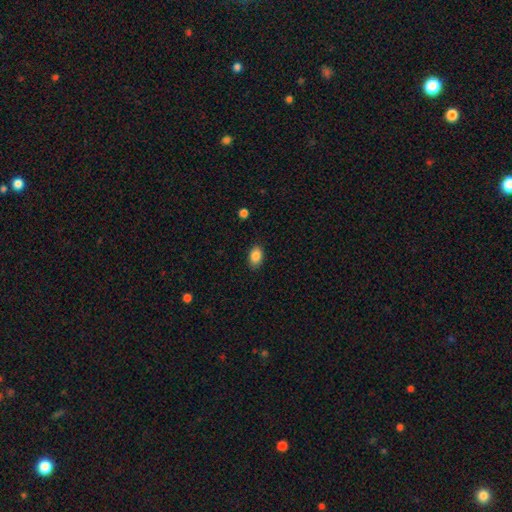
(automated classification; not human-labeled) Overall: smooth (87%). How rounded: in between (87%). Merging: none (87%).